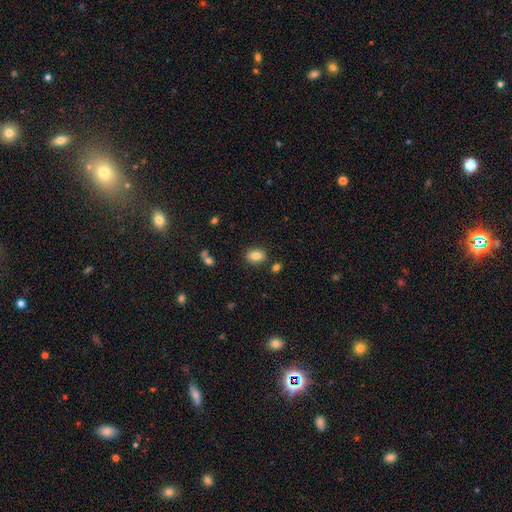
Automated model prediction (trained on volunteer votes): This appears to be a smooth galaxy with no disk features (83%) that is in between round and cigar-shaped (71%). Merging: none (84%).